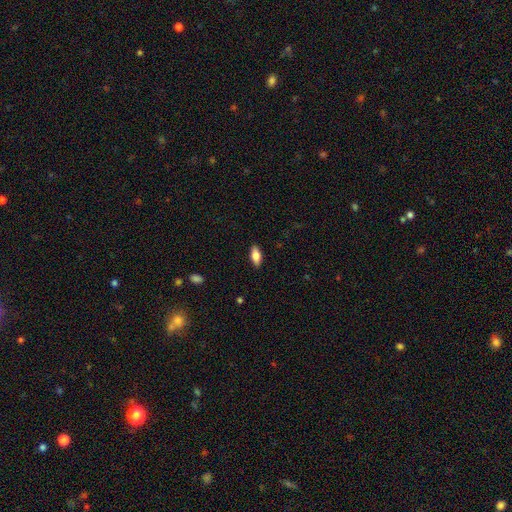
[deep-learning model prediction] Smooth or featured? Predicted: smooth (p=0.76). How rounded? Predicted: in between (p=0.83). Merging? Predicted: none (p=0.88).